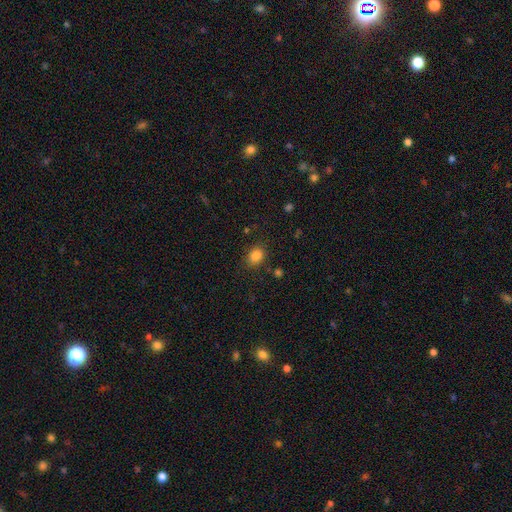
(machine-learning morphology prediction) Overall: smooth (85%). How rounded: in between (55%; round 44%). Merging: none (82%).